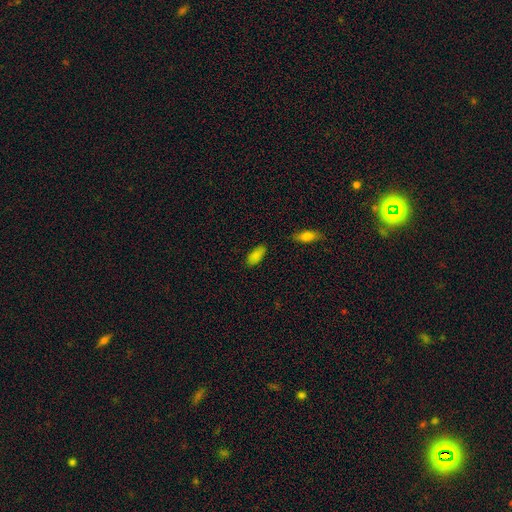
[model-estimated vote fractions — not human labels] The model was most divided on "merging": none: 82%, minor disturbance: 13%, major disturbance: 3%, merger: 3%. More confident: how rounded — in between (88%); smooth or featured — smooth (84%).